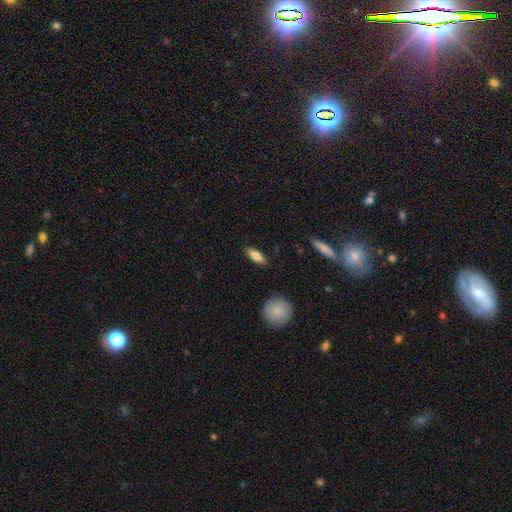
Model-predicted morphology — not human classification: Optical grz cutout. It shows a smooth galaxy with no disk features (78%) that is in between round and cigar-shaped (62%). Merging: none (87%).